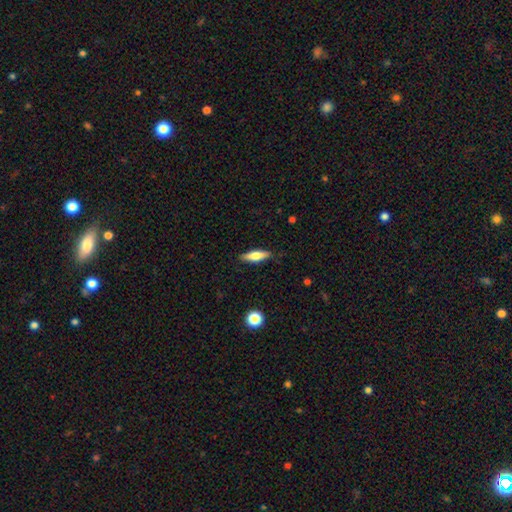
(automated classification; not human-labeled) Q: Smooth or featured?
A: smooth (63%); runner-up: featured or disk (30%)
Q: How rounded?
A: cigar-shaped (54%); runner-up: in between (43%)
Q: Merging?
A: none (87%); runner-up: minor disturbance (10%)